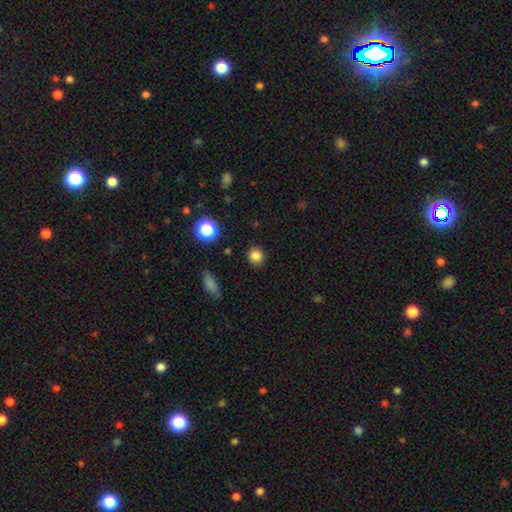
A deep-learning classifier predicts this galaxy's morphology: Smooth or featured?
  - smooth: 83% *
  - star or artifact: 12%
  - featured or disk: 4%
How rounded?
  - round: 90% *
  - in between: 9%
  - cigar-shaped: 1%
Merging?
  - none: 89% *
  - minor disturbance: 7%
  - major disturbance: 2%
  - merger: 1%